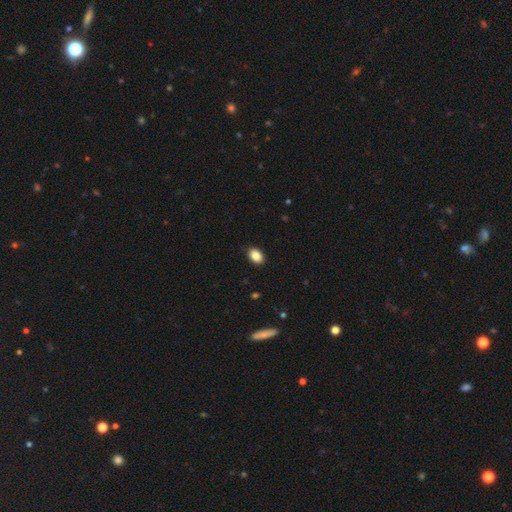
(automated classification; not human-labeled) Smooth or featured?
  - smooth: 86% *
  - star or artifact: 8%
  - featured or disk: 6%
How rounded?
  - in between: 85% *
  - round: 14%
  - cigar-shaped: 1%
Merging?
  - none: 89% *
  - minor disturbance: 8%
  - major disturbance: 2%
  - merger: 1%